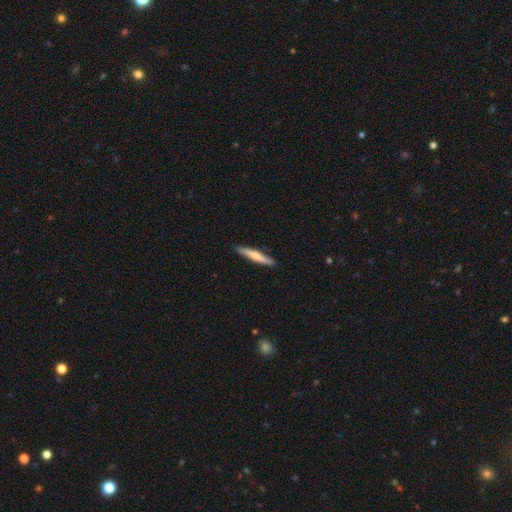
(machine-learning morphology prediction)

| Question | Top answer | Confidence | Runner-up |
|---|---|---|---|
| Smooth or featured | smooth | 63% | featured or disk (32%) |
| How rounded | cigar-shaped | 94% | in between (5%) |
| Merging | none | 89% | minor disturbance (9%) |